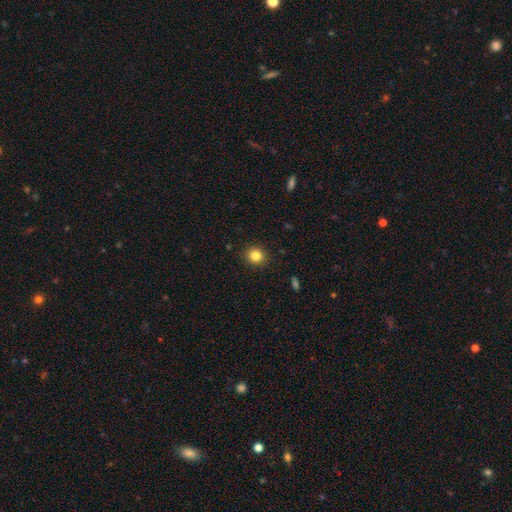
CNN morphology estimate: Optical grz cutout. It shows a smooth galaxy with no disk features (84%) that is round (88%). Merging: none (91%).